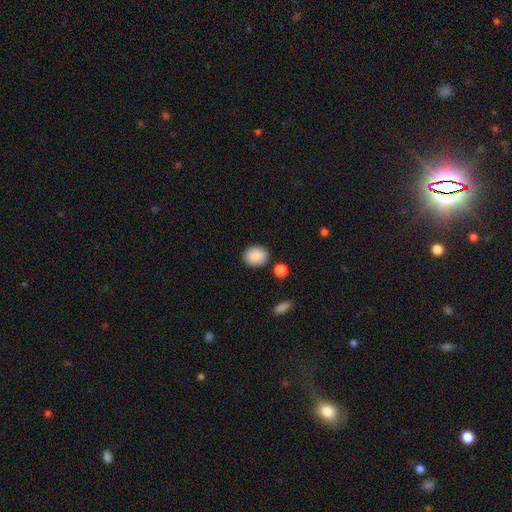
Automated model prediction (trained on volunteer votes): A smooth galaxy with no disk features (88%) that is in between round and cigar-shaped (52%). Merging: none (85%).